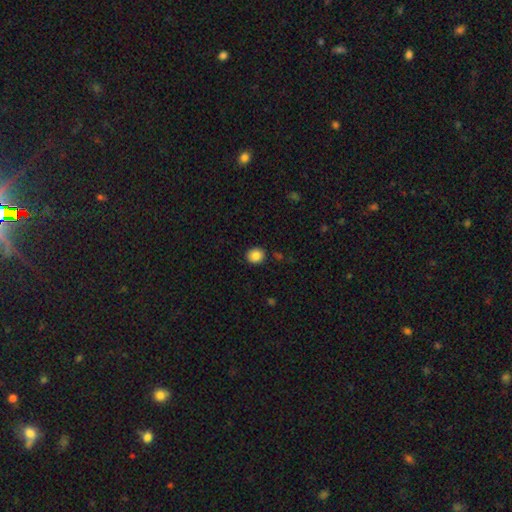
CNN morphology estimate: The model was most divided on "how rounded": round: 77%, in between: 22%, cigar-shaped: 1%. More confident: merging — none (89%); smooth or featured — smooth (86%).